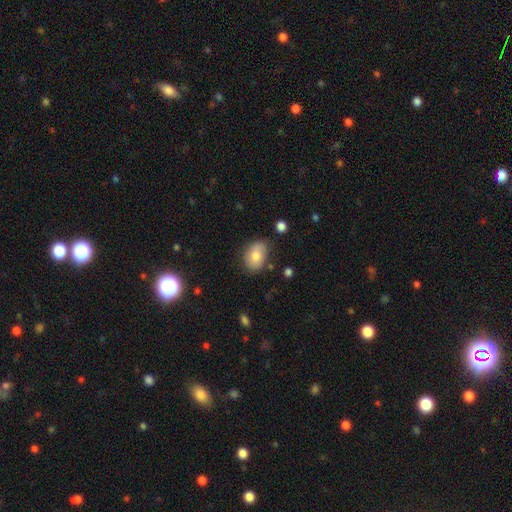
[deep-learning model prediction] Smooth or featured? Predicted: smooth (p=0.75). How rounded? Predicted: in between (p=0.78). Merging? Predicted: none (p=0.70).